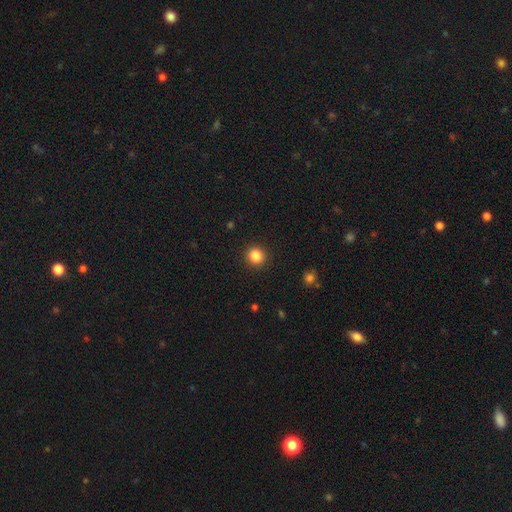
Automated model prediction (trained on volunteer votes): Smooth or featured: smooth — 85% (star or artifact — 11%)
How rounded: round — 92% (in between — 7%)
Merging: none — 92% (minor disturbance — 5%)